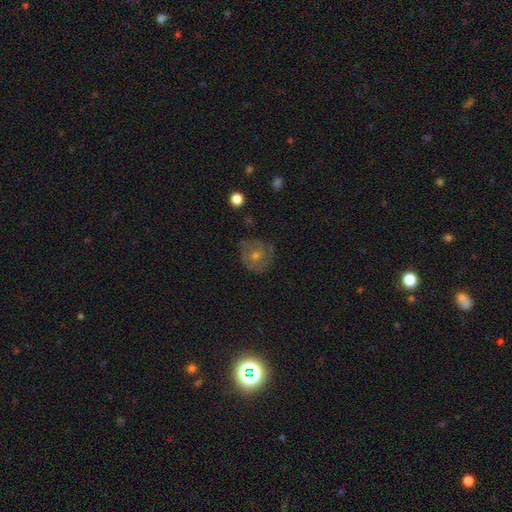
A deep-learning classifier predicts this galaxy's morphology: Smooth or featured: featured or disk — 52% (smooth — 34%)
Edge-on disk: no — 96% (yes — 4%)
Bar: no — 85% (weak — 12%)
Spiral arms: yes — 62% (no — 38%)
Bulge size: moderate — 55% (small — 40%)
Merging: none — 72% (minor disturbance — 19%)